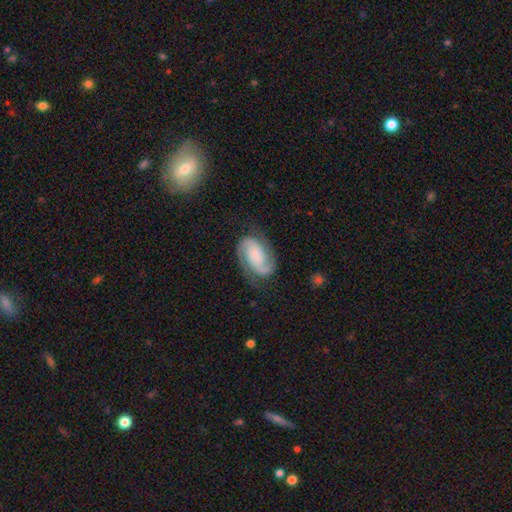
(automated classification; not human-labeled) Smooth or featured? Predicted: featured or disk (p=0.80). Edge-on disk? Predicted: no (p=0.97). Bar? Predicted: no (p=0.61). Spiral arms? Predicted: yes (p=0.97). Spiral winding? Predicted: medium (p=0.46). Spiral arm count? Predicted: 2 (p=0.89). Bulge size? Predicted: small (p=0.50). Merging? Predicted: none (p=0.73).